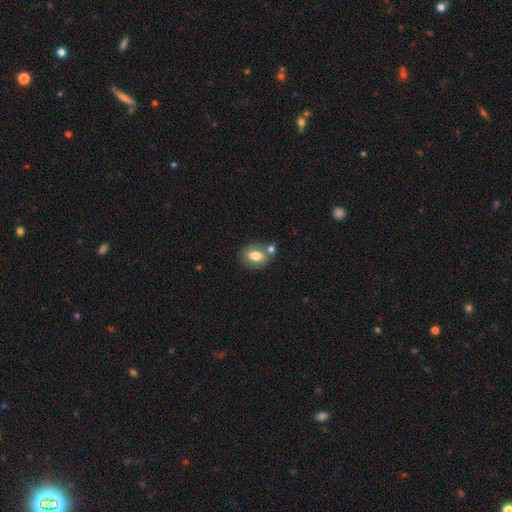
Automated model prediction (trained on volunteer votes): Q: Smooth or featured?
A: smooth (69%); runner-up: featured or disk (23%)
Q: How rounded?
A: in between (71%); runner-up: round (27%)
Q: Merging?
A: none (57%); runner-up: merger (25%)